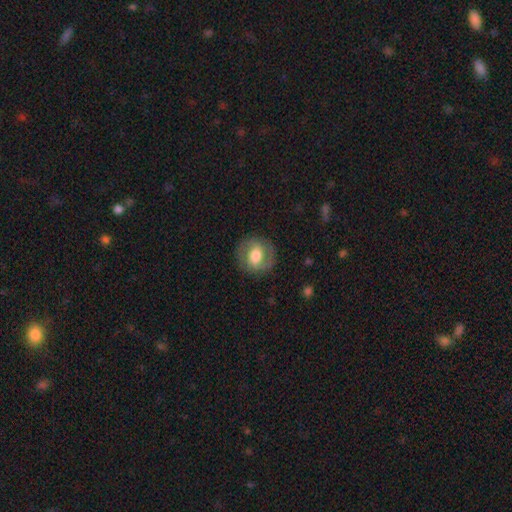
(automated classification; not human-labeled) Smooth or featured? featured or disk (52%)
Edge-on disk? no (96%)
Bar? weak (43%)
Spiral arms? yes (70%)
Bulge size? moderate (53%)
Merging? none (81%)